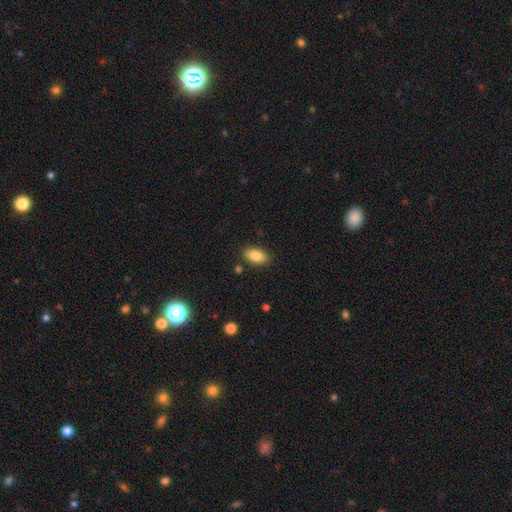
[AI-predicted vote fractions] smooth 84%, featured or disk 8%, star or artifact 7%. Down the decision tree: how rounded — in between (92%); merging — none (86%).